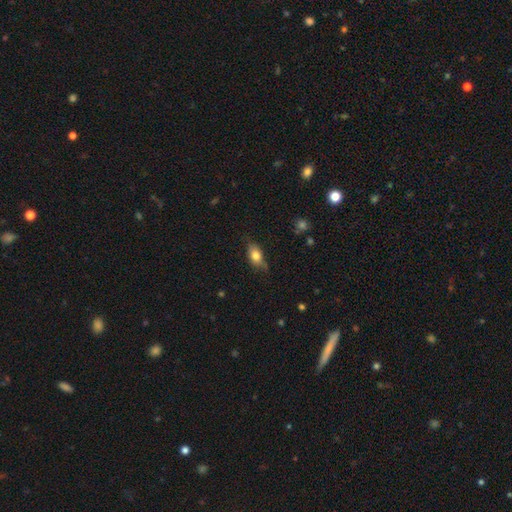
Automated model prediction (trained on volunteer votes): This appears to be a smooth galaxy with no disk features (74%) that is in between round and cigar-shaped (84%). Merging: none (67%).